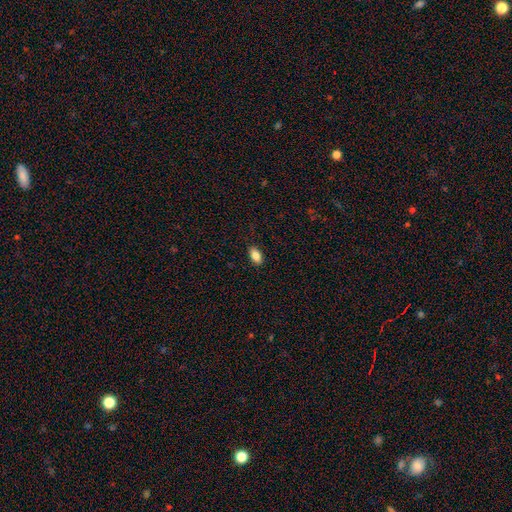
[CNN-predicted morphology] type=smooth (85%); roundness=in between (91%); merging=none (87%).